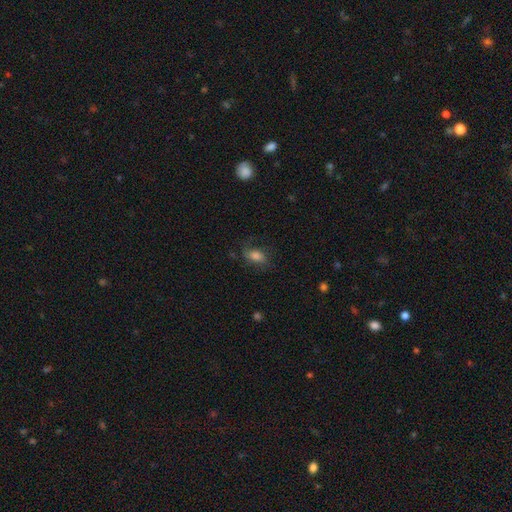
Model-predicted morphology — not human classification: Smooth or featured: smooth — 67% (featured or disk — 22%)
How rounded: in between — 83% (round — 14%)
Merging: none — 64% (minor disturbance — 21%)